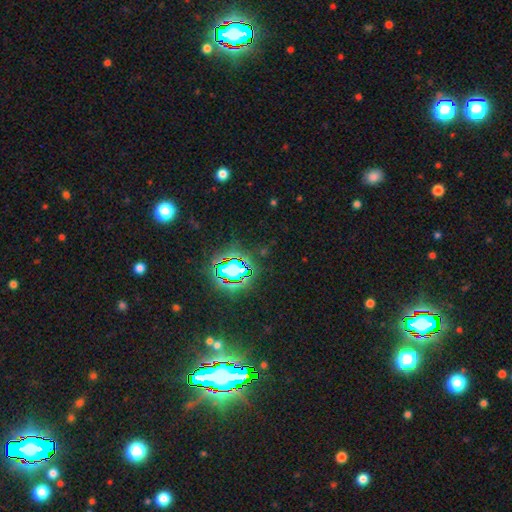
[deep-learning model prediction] The model was most divided on "smooth or featured": star or artifact: 83%, smooth: 9%, featured or disk: 7%.